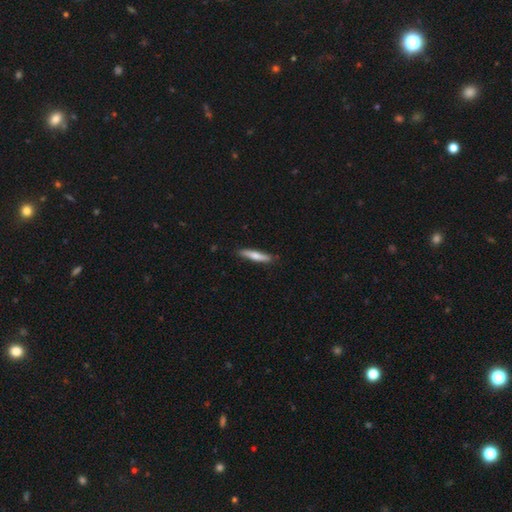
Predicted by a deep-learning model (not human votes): Overall: smooth (68%). How rounded: cigar-shaped (88%). Merging: none (86%).